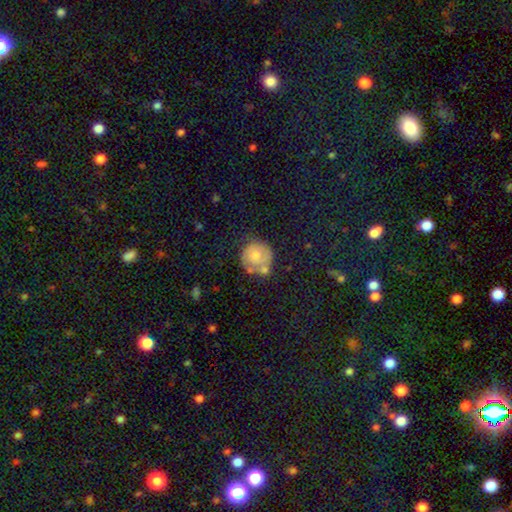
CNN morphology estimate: Overall: smooth (52%; featured or disk 40%). How rounded: round (89%). Merging: none (49%; minor disturbance 23%).